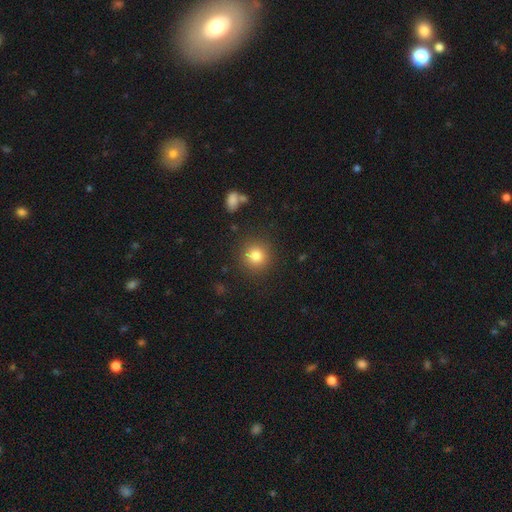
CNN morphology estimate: Q: Smooth or featured?
A: smooth (81%); runner-up: star or artifact (12%)
Q: How rounded?
A: round (92%); runner-up: in between (7%)
Q: Merging?
A: none (88%); runner-up: minor disturbance (7%)